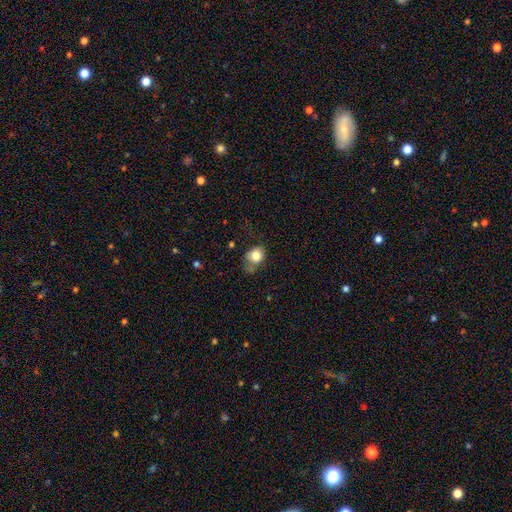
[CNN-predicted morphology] A smooth galaxy with no disk features (80%) that is round (60%). Merging: none (51%).